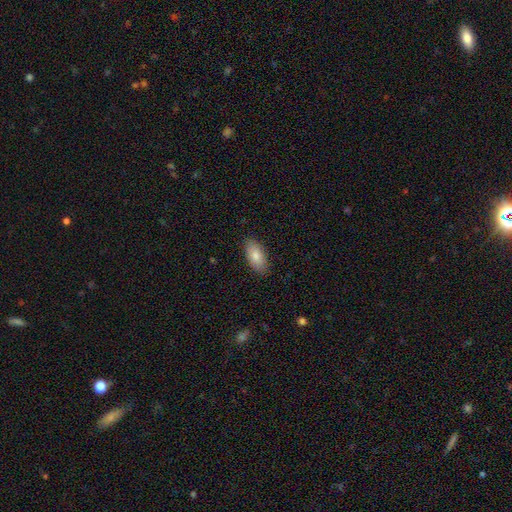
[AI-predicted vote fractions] A smooth galaxy with no disk features (82%) that is in between round and cigar-shaped (91%).

Vote fractions:
- Smooth or featured? smooth: 82% / featured or disk: 12% / star or artifact: 6%
- How rounded? in between: 91% / cigar-shaped: 7% / round: 3%
- Merging? none: 87% / minor disturbance: 10% / major disturbance: 2% / merger: 1%